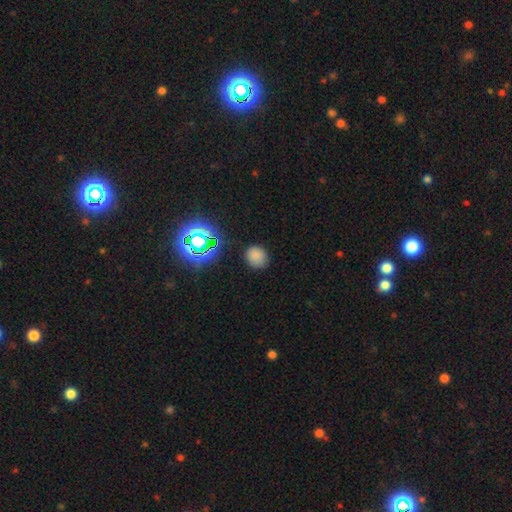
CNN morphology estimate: This is likely a smooth galaxy (75%). How rounded: likely round (77%). Merging: clearly none (84%).